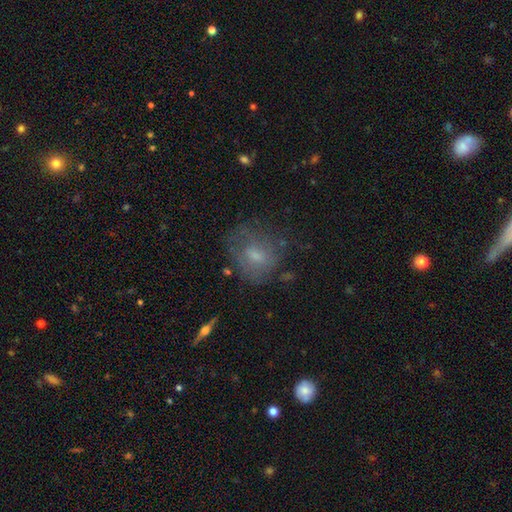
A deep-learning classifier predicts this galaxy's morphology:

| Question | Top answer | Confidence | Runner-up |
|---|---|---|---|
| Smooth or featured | smooth | 49% | featured or disk (39%) |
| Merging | none | 53% | minor disturbance (24%) |